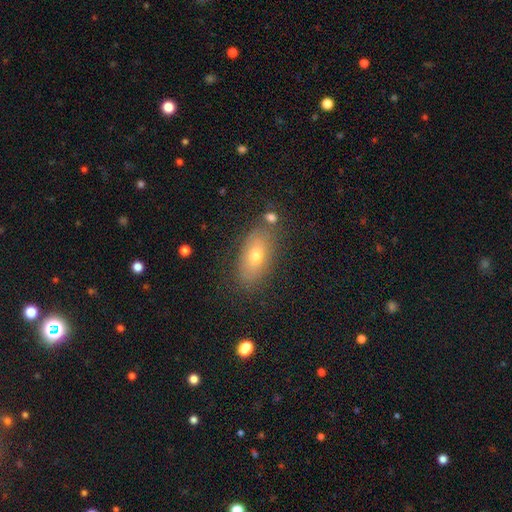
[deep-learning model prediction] A smooth galaxy with no disk features (64%) that is in between round and cigar-shaped (84%).

Vote fractions:
- Smooth or featured? smooth: 64% / featured or disk: 26% / star or artifact: 10%
- How rounded? in between: 84% / cigar-shaped: 9% / round: 7%
- Merging? none: 75% / minor disturbance: 15% / merger: 6% / major disturbance: 5%